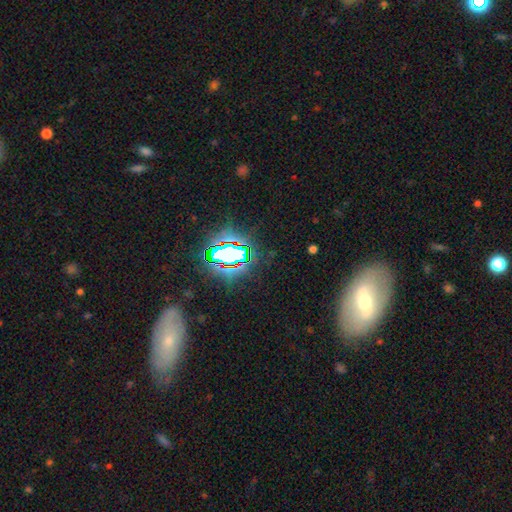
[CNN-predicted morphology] Smooth or featured?
  - star or artifact: 64% *
  - smooth: 21%
  - featured or disk: 15%